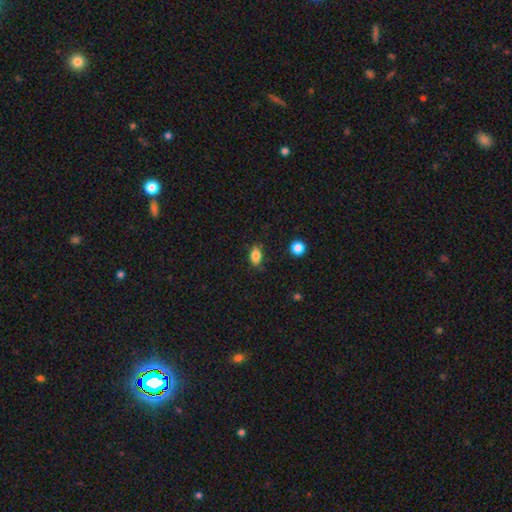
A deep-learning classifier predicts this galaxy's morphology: smooth_or_featured: smooth (p=0.83) [alt: star or artifact p=0.09]
how_rounded: in between (p=0.86) [alt: round p=0.10]
merging: none (p=0.76) [alt: minor disturbance p=0.18]